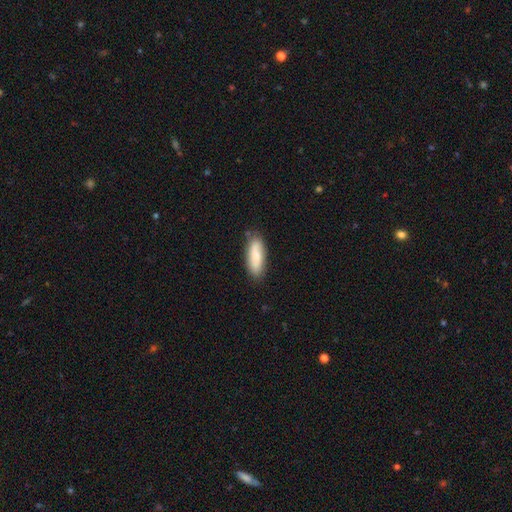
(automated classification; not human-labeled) A smooth galaxy with no disk features (75%) that is in between round and cigar-shaped (56%). Merging: none (81%).